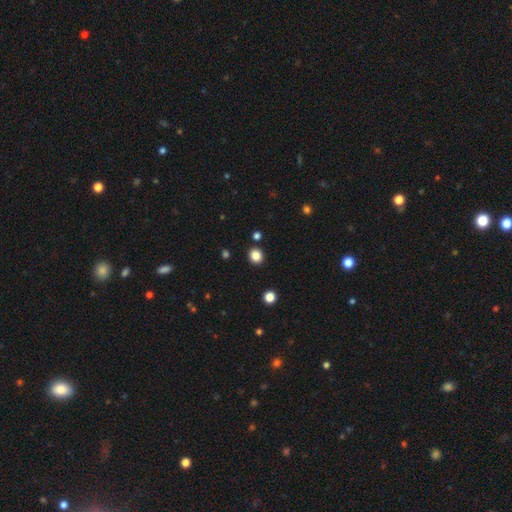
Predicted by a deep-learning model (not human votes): smooth-or-featured: smooth: 85% | star or artifact: 12% | featured or disk: 4%
  how-rounded: round: 79% | in between: 20% | cigar-shaped: 1%
  merging: none: 89% | minor disturbance: 6% | merger: 3% | major disturbance: 2%